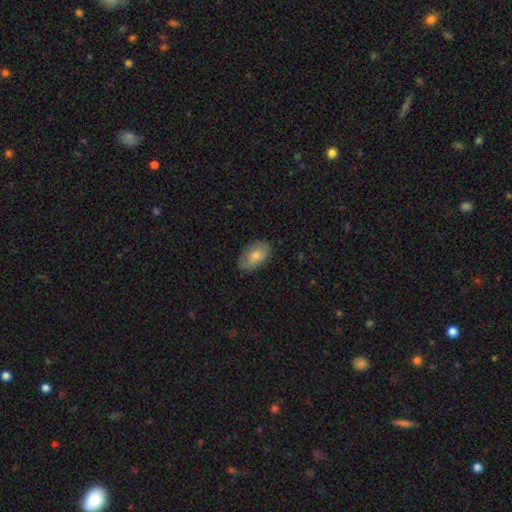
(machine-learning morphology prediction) This appears to be a smooth galaxy with no disk features (72%) that is in between round and cigar-shaped (91%). Merging: none (81%).